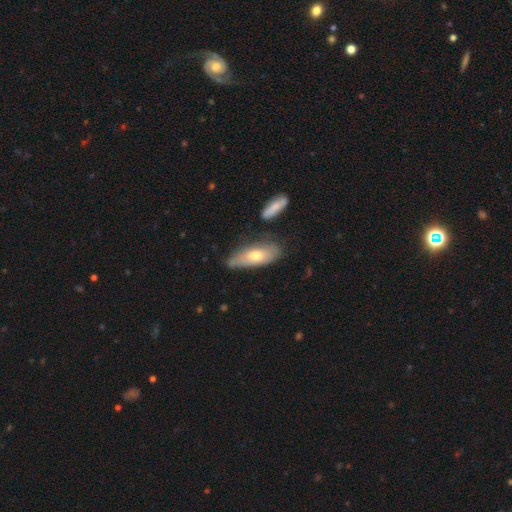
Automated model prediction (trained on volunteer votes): Overall: smooth (61%; featured or disk 32%). How rounded: in between (71%). Merging: none (58%; minor disturbance 29%).